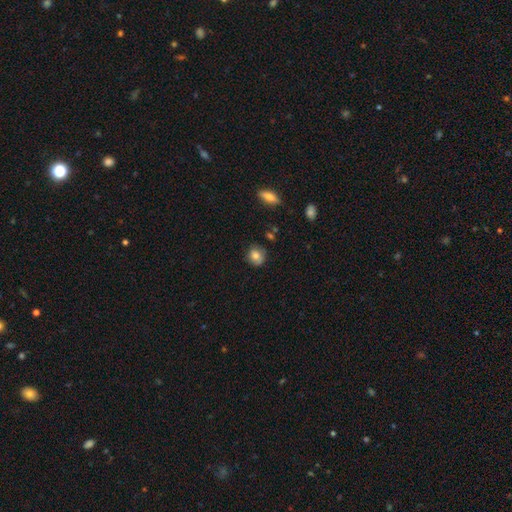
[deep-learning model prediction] A smooth galaxy with no disk features (77%) that is round (82%). Merging: none (79%).